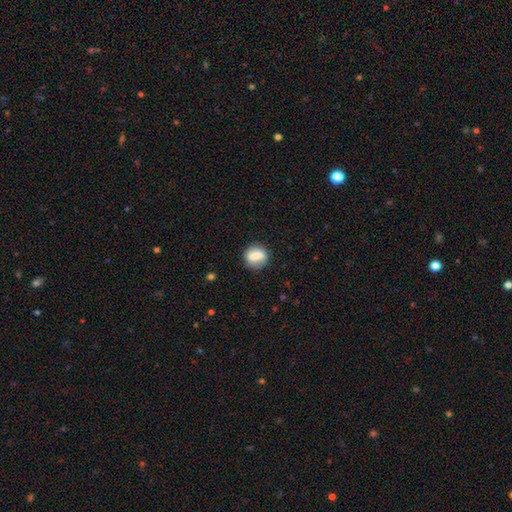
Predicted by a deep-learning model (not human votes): The model was most divided on "smooth or featured": smooth: 68%, featured or disk: 24%, star or artifact: 8%. More confident: merging — none (75%); how rounded — round (71%).